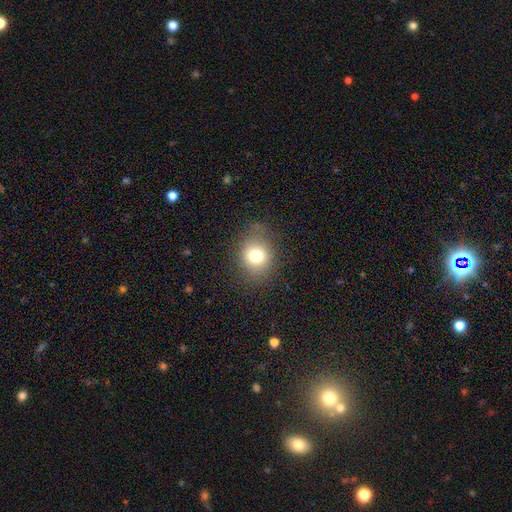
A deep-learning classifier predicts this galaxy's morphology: A smooth galaxy with no disk features (75%) that is round (69%).

Vote fractions:
- Smooth or featured? smooth: 75% / star or artifact: 13% / featured or disk: 12%
- How rounded? round: 69% / in between: 30% / cigar-shaped: 1%
- Merging? none: 79% / minor disturbance: 14% / major disturbance: 6% / merger: 1%